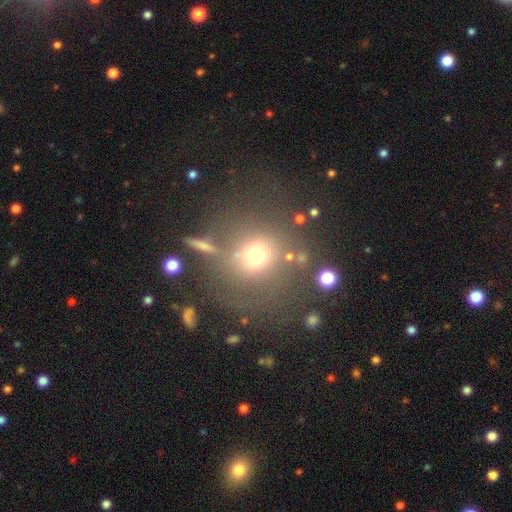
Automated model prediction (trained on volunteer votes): The model was most divided on "smooth or featured": smooth: 66%, star or artifact: 19%, featured or disk: 15%. More confident: how rounded — round (85%); merging — none (66%).